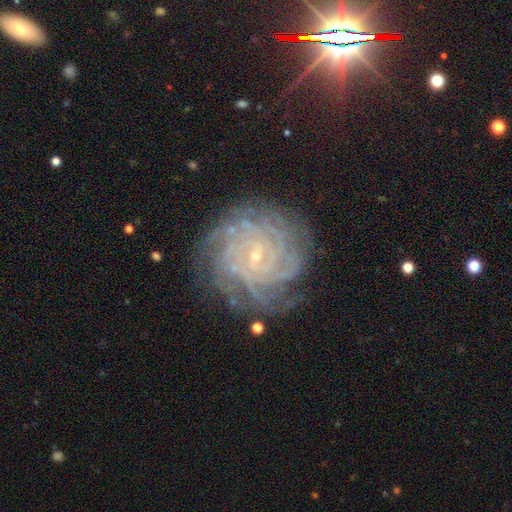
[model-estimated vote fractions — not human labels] A featured or disk galaxy (86%) with no bar (60%), more than 4 (28%) tight (84%) spiral arms (98%) and a small central bulge (88%).

Vote fractions:
- Smooth or featured? featured or disk: 86% / star or artifact: 8% / smooth: 6%
- Edge-on disk? no: 98% / yes: 2%
- Bar? no: 60% / weak: 30% / strong: 10%
- Spiral arms? yes: 98% / no: 2%
- Spiral winding? tight: 84% / medium: 14% / loose: 3%
- Spiral arm count? more than 4: 28% / can't tell: 23% / 4: 21% / 3: 11% / 2: 9% / 1: 8%
- Bulge size? small: 88% / moderate: 8% / none: 2% / large: 1% / dominant: 1%
- Merging? none: 78% / minor disturbance: 14% / major disturbance: 6% / merger: 2%